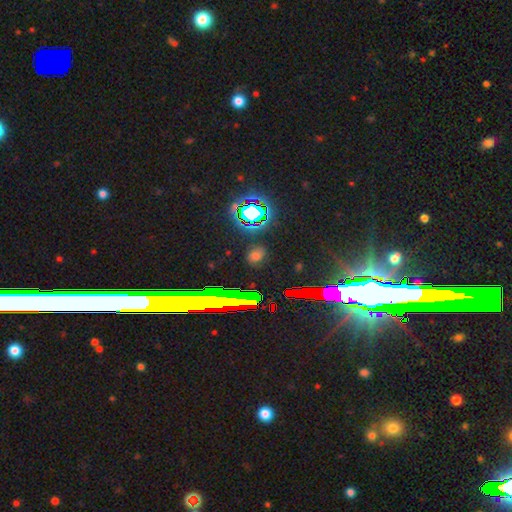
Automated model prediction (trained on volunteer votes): Q: Smooth or featured?
A: smooth (45%); tied with: star or artifact (45%)
Q: Merging?
A: none (85%); runner-up: minor disturbance (9%)